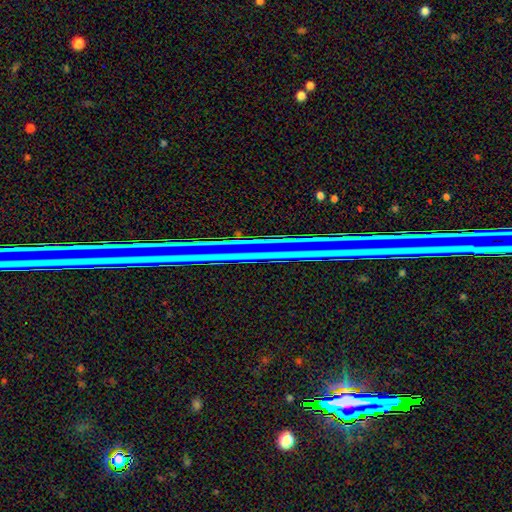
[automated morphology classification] Smooth or featured? star or artifact (79%)